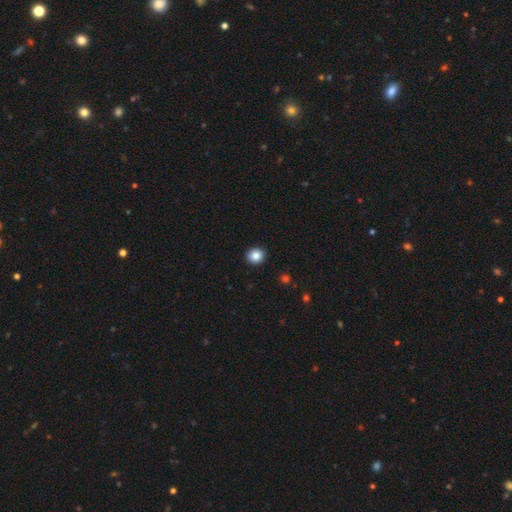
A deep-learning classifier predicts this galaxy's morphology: type=smooth (86%); roundness=round (86%); merging=none (92%).